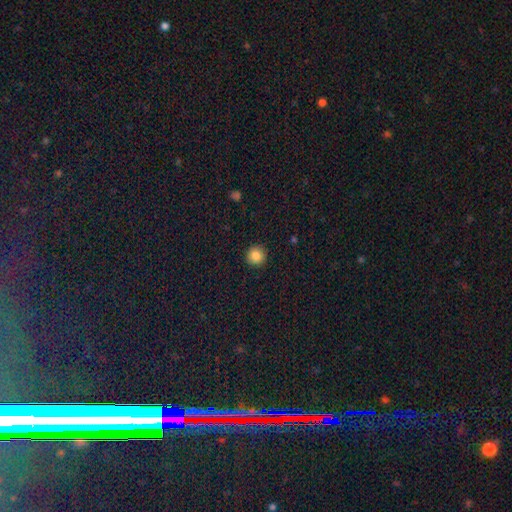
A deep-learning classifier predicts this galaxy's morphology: smooth 85%, star or artifact 10%, featured or disk 5%. Down the decision tree: how rounded — round (95%); merging — none (93%).